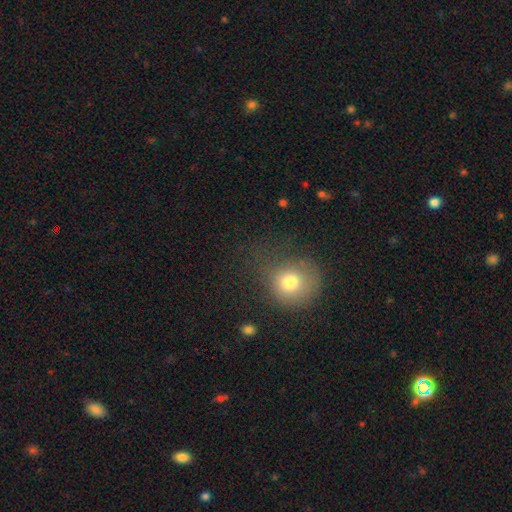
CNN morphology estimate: Smooth or featured? Predicted: smooth (p=0.69). How rounded? Predicted: round (p=0.86). Merging? Predicted: none (p=0.58).